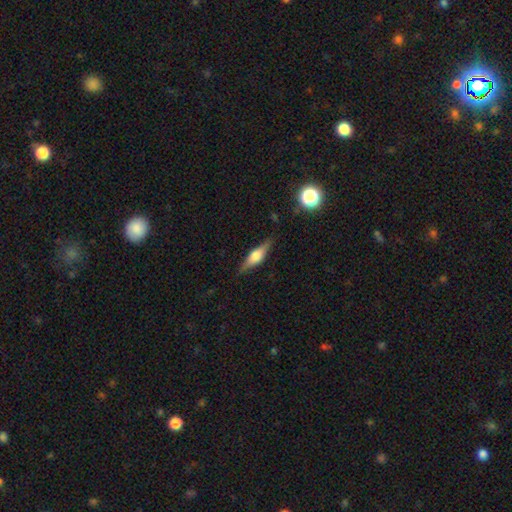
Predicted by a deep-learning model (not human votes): smooth-or-featured: featured or disk: 64% | smooth: 28% | star or artifact: 7%
  disk-edge-on: yes: 96% | no: 4%
    edge-on-bulge: rounded: 83% | boxy: 14% | none: 3%
  merging: none: 86% | minor disturbance: 10% | major disturbance: 3% | merger: 1%